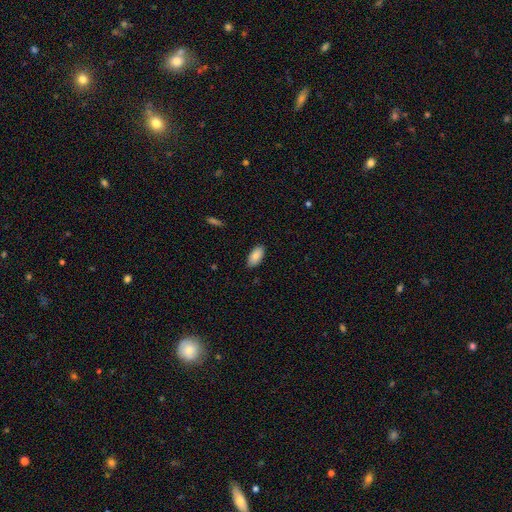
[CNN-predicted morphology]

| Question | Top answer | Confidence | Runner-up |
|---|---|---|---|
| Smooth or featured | smooth | 85% | featured or disk (9%) |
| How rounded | in between | 95% | cigar-shaped (3%) |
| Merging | none | 86% | minor disturbance (11%) |